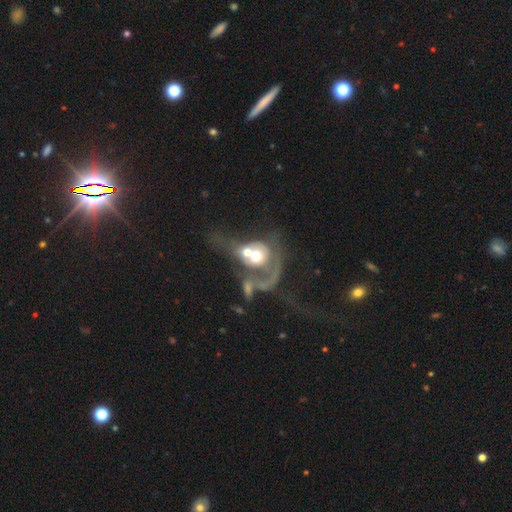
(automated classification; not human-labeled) smooth-or-featured: featured or disk: 55% | smooth: 36% | star or artifact: 9%
  disk-edge-on: no: 96% | yes: 4%
    bar: no: 82% | weak: 14% | strong: 4%
    has-spiral-arms: no: 57% | yes: 43%
    bulge-size: moderate: 50% | large: 30% | small: 9% | dominant: 7% | none: 4%
  merging: merger: 69% | major disturbance: 18% | none: 8% | minor disturbance: 5%